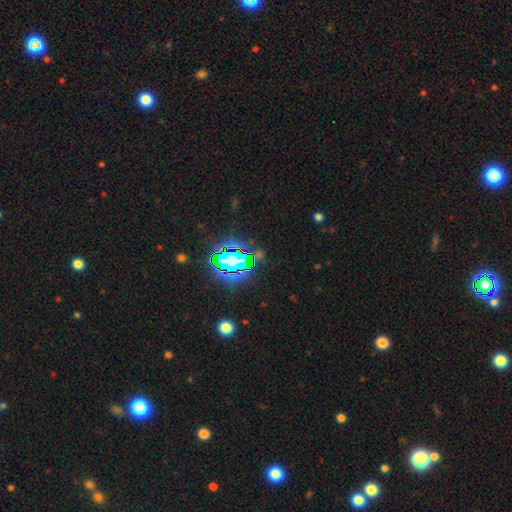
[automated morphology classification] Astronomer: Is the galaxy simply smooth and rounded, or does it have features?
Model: star or artifact — 75%.